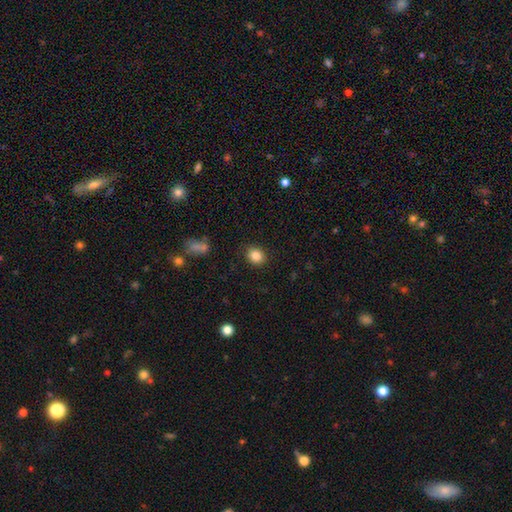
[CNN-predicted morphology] Smooth or featured? Predicted: smooth (p=0.86). How rounded? Predicted: round (p=0.58). Merging? Predicted: none (p=0.88).